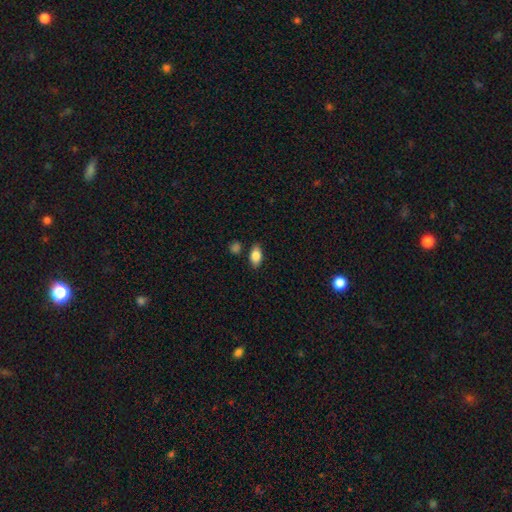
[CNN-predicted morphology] smooth_or_featured: smooth (p=0.83) [alt: featured or disk p=0.09]
how_rounded: in between (p=0.87) [alt: round p=0.08]
merging: none (p=0.82) [alt: minor disturbance p=0.12]